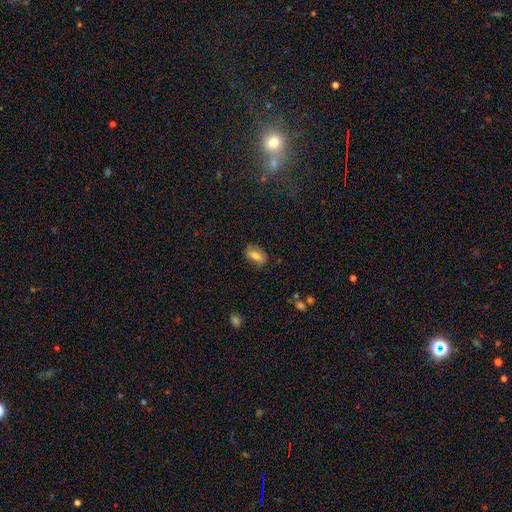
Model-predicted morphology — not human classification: Q: Smooth or featured?
A: smooth (71%); runner-up: featured or disk (20%)
Q: How rounded?
A: in between (84%); runner-up: cigar-shaped (10%)
Q: Merging?
A: none (77%); runner-up: minor disturbance (17%)